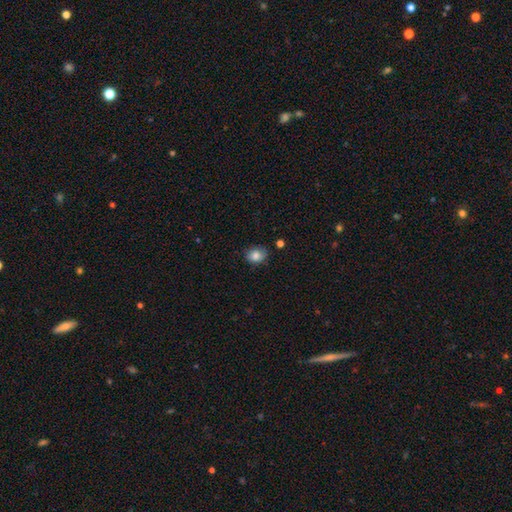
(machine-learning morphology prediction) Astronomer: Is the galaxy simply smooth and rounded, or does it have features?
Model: smooth — 83%.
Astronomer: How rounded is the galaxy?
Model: round — 54% (runner-up: in between, 45%).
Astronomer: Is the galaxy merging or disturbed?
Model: none — 77%.